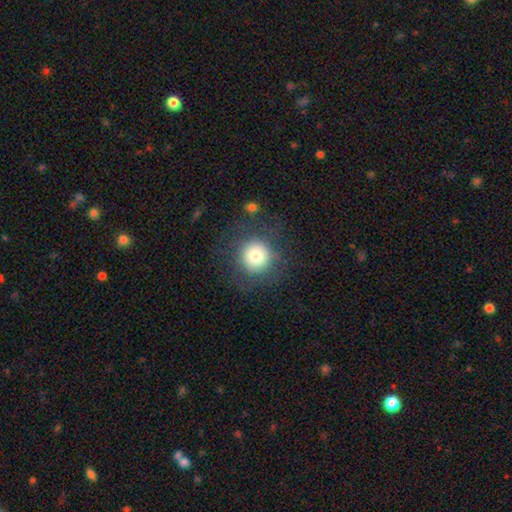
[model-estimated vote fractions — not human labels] This appears to be a smooth galaxy with no disk features (77%) that is round (94%). Merging: none (77%).